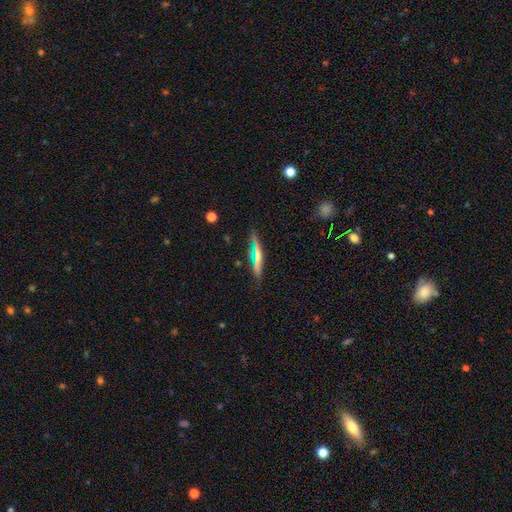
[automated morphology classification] Smooth or featured? featured or disk (51%)
Edge-on disk? yes (88%)
Merging? none (76%)